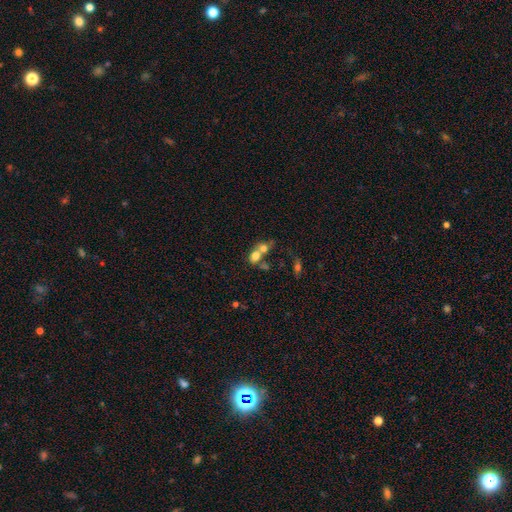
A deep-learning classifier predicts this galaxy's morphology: This appears to be a smooth galaxy with no disk features (69%) that is in between round and cigar-shaped (52%). Merging: merger (66%).